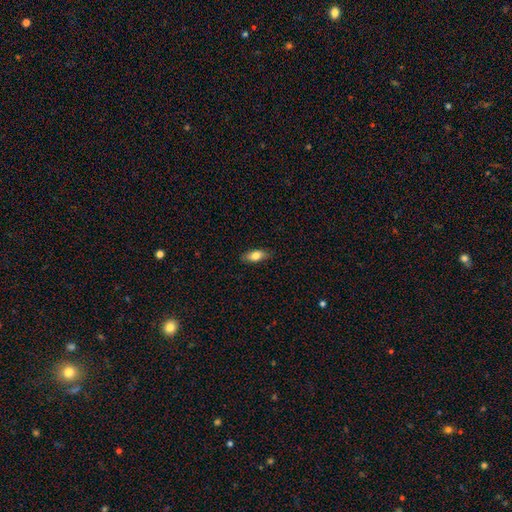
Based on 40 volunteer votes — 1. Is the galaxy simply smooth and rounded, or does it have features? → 78% smooth, 15% featured or disk, 8% star or artifact.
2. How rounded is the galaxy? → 90% in between, 10% cigar-shaped, 0% round.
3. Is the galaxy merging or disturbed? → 89% none, 8% minor disturbance, 3% major disturbance, 0% merger.